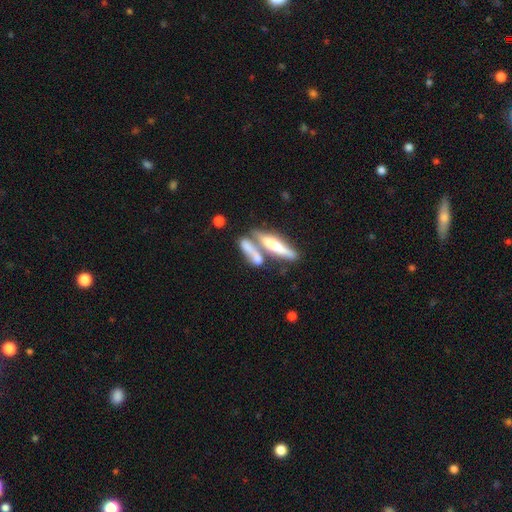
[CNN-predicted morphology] Smooth or featured? smooth (54%)
How rounded? cigar-shaped (71%)
Merging? merger (56%)